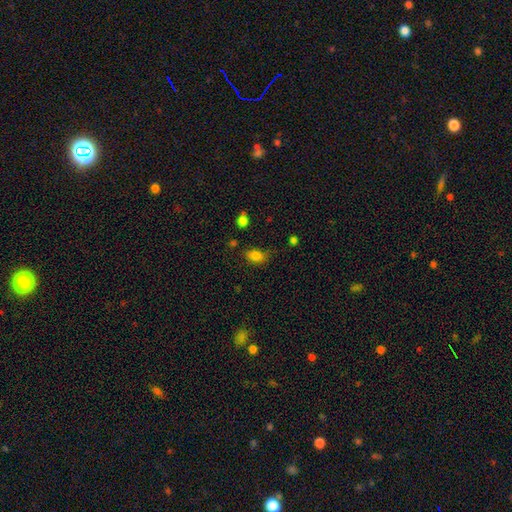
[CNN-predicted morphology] smooth 82%, star or artifact 12%, featured or disk 6%. Down the decision tree: how rounded — in between (79%); merging — none (67%).